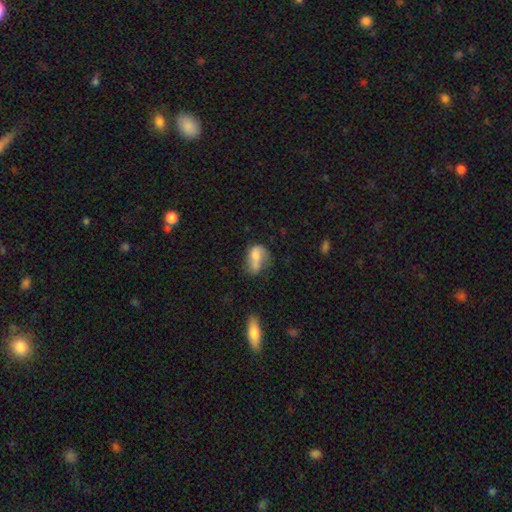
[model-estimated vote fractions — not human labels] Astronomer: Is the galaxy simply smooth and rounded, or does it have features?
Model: smooth — 60%.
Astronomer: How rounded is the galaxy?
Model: in between — 77%.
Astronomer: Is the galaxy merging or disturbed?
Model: none — 29% (runner-up: minor disturbance, 27%).